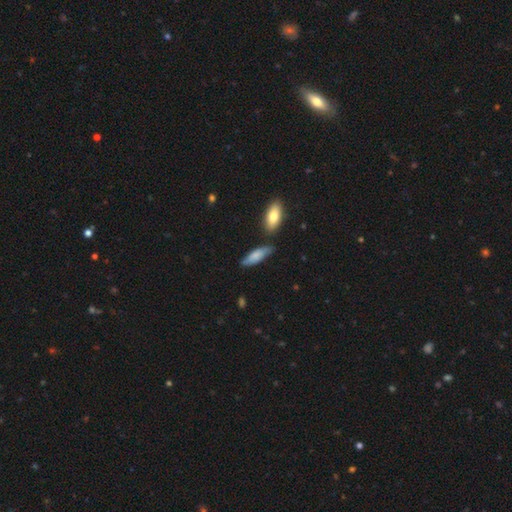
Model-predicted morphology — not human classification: Smooth or featured? Predicted: smooth (p=0.72). How rounded? Predicted: in between (p=0.56). Merging? Predicted: none (p=0.64).